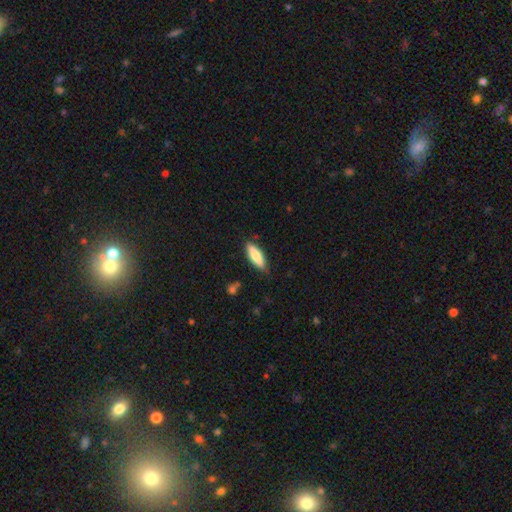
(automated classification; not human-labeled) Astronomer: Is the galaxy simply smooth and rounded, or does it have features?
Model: smooth — 74%.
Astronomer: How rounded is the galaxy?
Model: in between — 51% (runner-up: cigar-shaped, 47%).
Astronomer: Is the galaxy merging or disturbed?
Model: none — 84%.